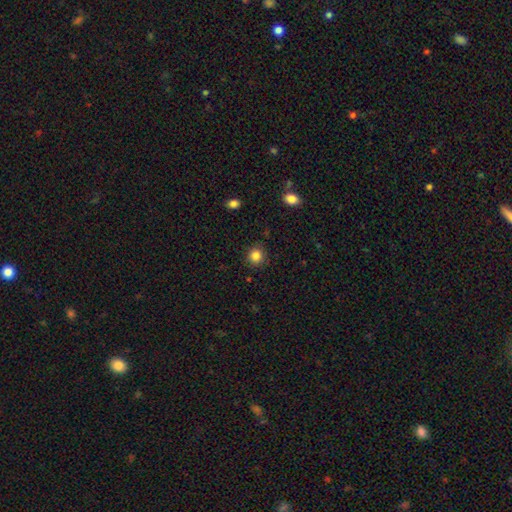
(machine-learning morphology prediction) This is clearly a smooth galaxy (85%). How rounded: clearly round (89%). Merging: clearly none (88%).